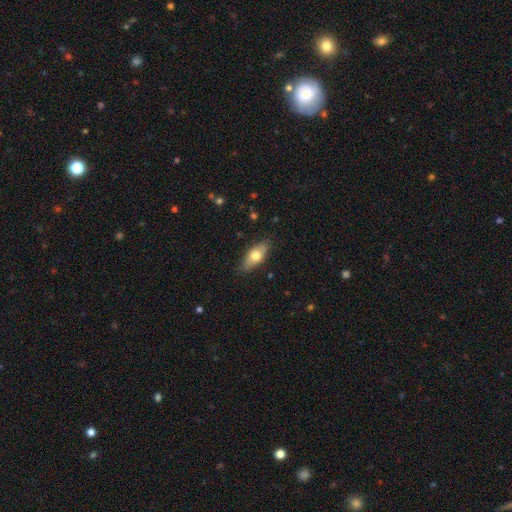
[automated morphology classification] A smooth galaxy with no disk features (67%) that is in between round and cigar-shaped (78%). Merging: none (85%).